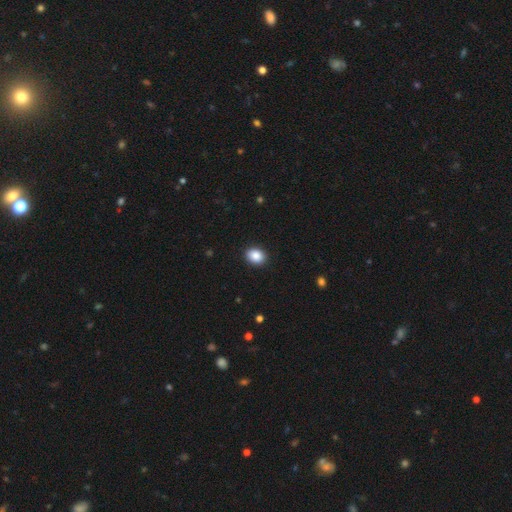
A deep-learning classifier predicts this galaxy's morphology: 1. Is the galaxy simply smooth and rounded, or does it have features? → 88% smooth, 8% star or artifact, 3% featured or disk.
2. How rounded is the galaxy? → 57% in between, 42% round, 1% cigar-shaped.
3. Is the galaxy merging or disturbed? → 91% none, 6% minor disturbance, 2% major disturbance, 1% merger.